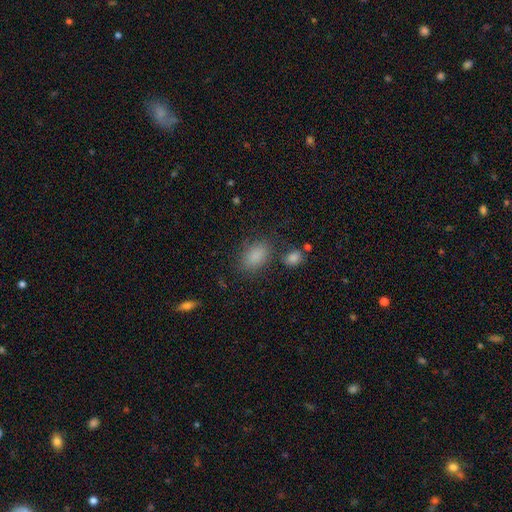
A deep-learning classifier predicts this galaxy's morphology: A smooth galaxy with no disk features (85%) that is in between round and cigar-shaped (86%).

Vote fractions:
- Smooth or featured? smooth: 85% / star or artifact: 10% / featured or disk: 5%
- How rounded? in between: 86% / round: 12% / cigar-shaped: 2%
- Merging? none: 72% / minor disturbance: 15% / merger: 7% / major disturbance: 6%